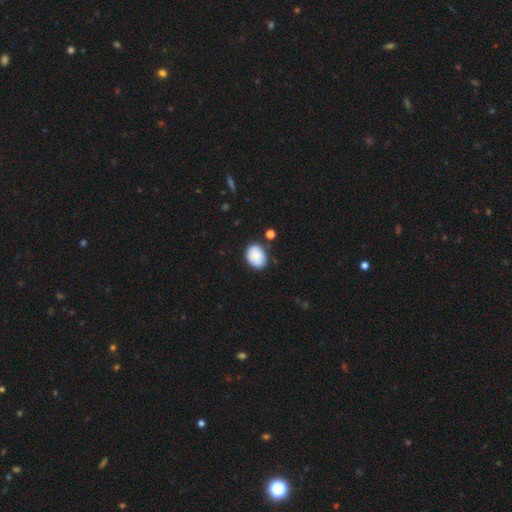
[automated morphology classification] type=smooth (85%); roundness=in between (63%); merging=none (72%).